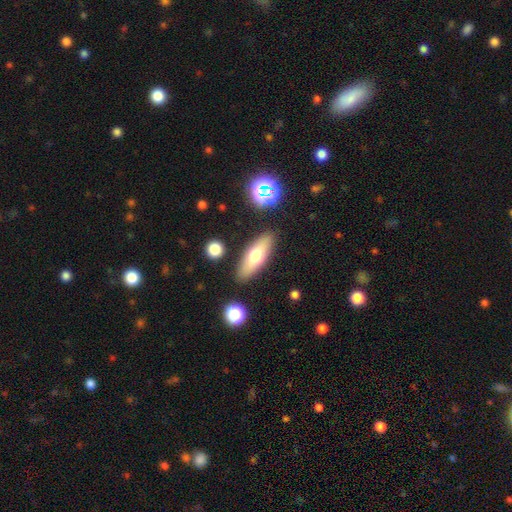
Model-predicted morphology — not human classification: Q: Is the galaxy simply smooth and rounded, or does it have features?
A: smooth — 62%.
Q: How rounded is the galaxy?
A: in between — 59%.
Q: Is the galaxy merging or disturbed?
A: none — 86%.